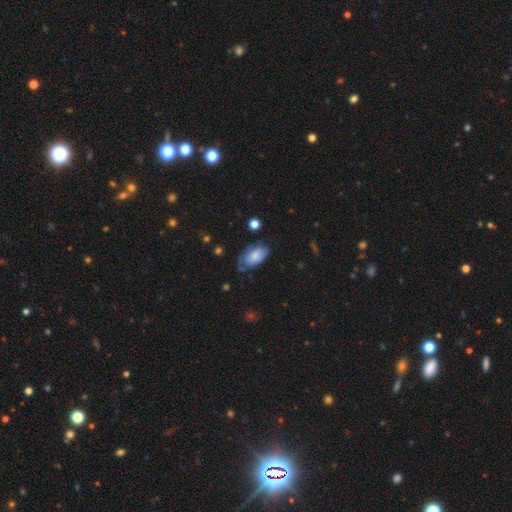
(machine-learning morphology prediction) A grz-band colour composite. It shows a smooth galaxy with no disk features (70%) that is in between round and cigar-shaped (93%). Merging: none (51%).